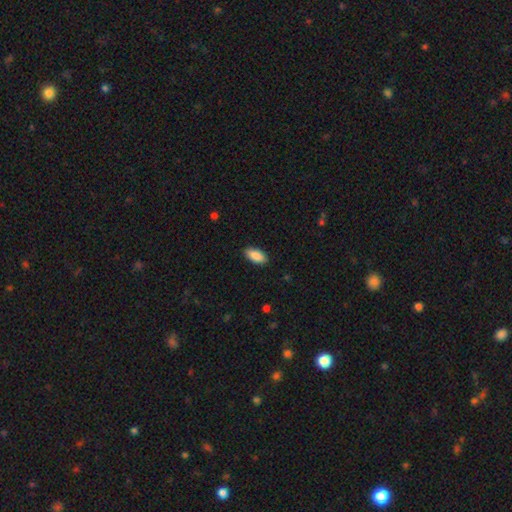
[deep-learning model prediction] Smooth or featured: smooth — 89% (star or artifact — 6%)
How rounded: in between — 90% (cigar-shaped — 8%)
Merging: none — 88% (minor disturbance — 9%)